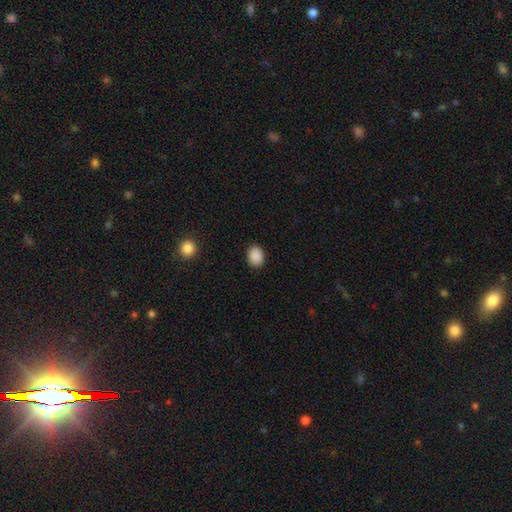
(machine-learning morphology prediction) This appears to be a smooth galaxy with no disk features (89%) that is in between round and cigar-shaped (69%). Merging: none (89%).